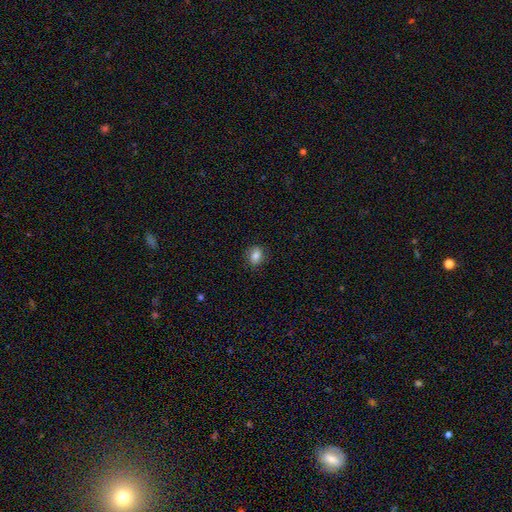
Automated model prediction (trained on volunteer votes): smooth 81%, featured or disk 10%, star or artifact 9%. Down the decision tree: how rounded — in between (59%); merging — none (82%).